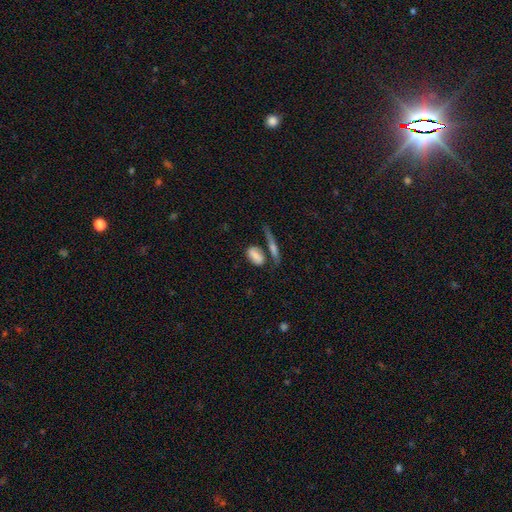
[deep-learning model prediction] The model was most divided on "merging": none: 46%, merger: 26%, minor disturbance: 18%, major disturbance: 9%. More confident: how rounded — in between (84%); smooth or featured — smooth (74%).